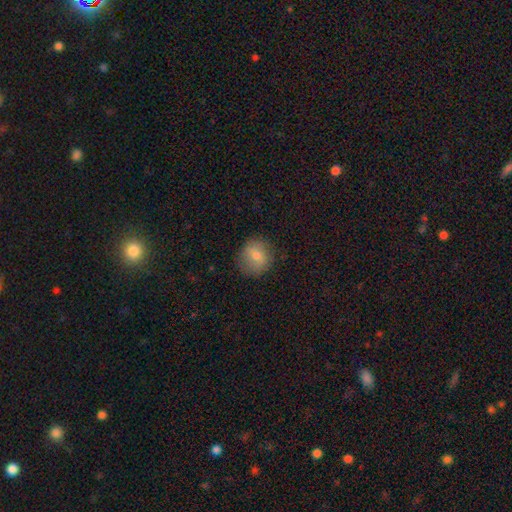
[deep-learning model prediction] smooth-or-featured: smooth: 75% | featured or disk: 16% | star or artifact: 10%
  how-rounded: round: 86% | in between: 13% | cigar-shaped: 1%
  merging: none: 83% | minor disturbance: 12% | major disturbance: 4% | merger: 1%